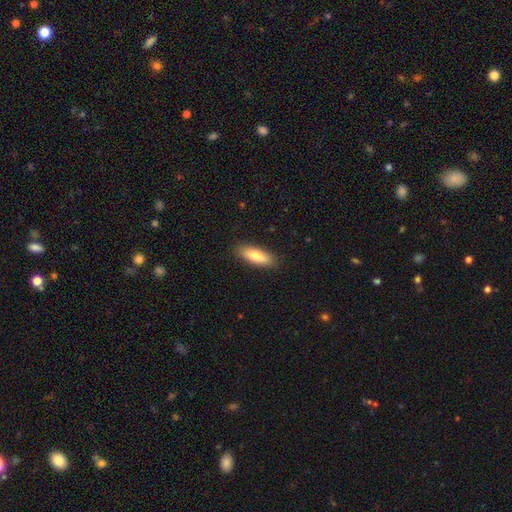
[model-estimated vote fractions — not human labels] A smooth galaxy with no disk features (78%) that is in between round and cigar-shaped (52%). Merging: none (88%).